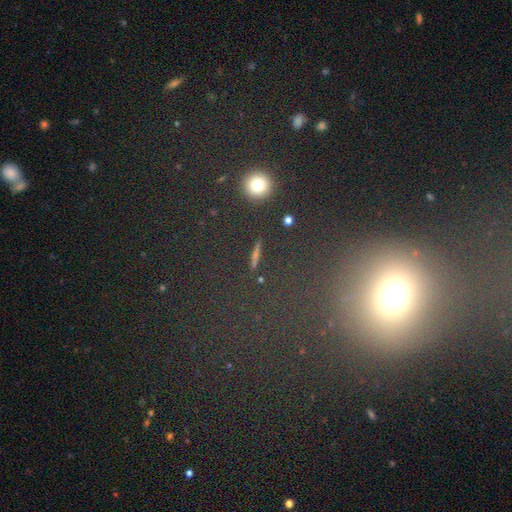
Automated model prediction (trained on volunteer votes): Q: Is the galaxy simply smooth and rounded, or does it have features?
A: smooth — 49%.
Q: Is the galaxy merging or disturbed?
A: none — 91%.